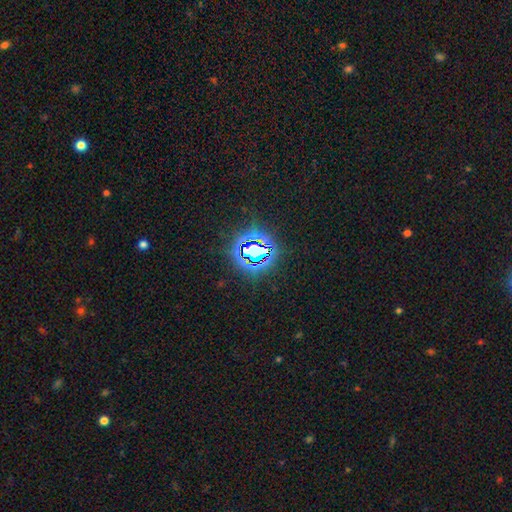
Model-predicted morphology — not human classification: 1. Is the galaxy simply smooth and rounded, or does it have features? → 76% star or artifact, 15% smooth, 9% featured or disk.